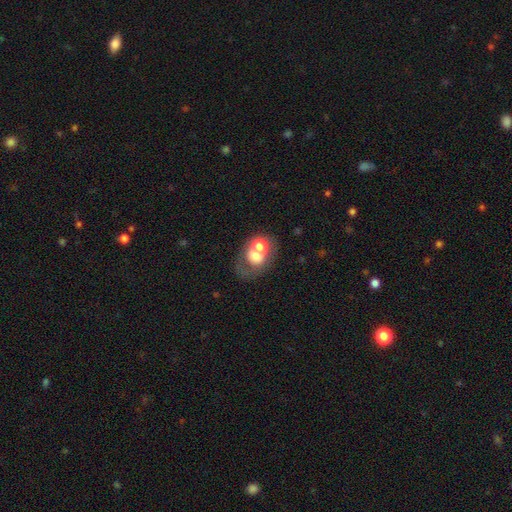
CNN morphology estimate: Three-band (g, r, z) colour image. It shows a smooth galaxy with no disk features (54%) that is round (50%). Merging: merger (52%).